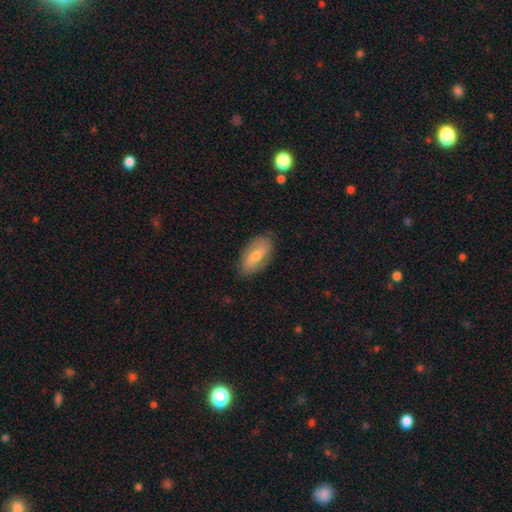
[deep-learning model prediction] The model was most divided on "smooth or featured": smooth: 59%, featured or disk: 34%, star or artifact: 7%. More confident: how rounded — in between (88%); merging — none (82%).